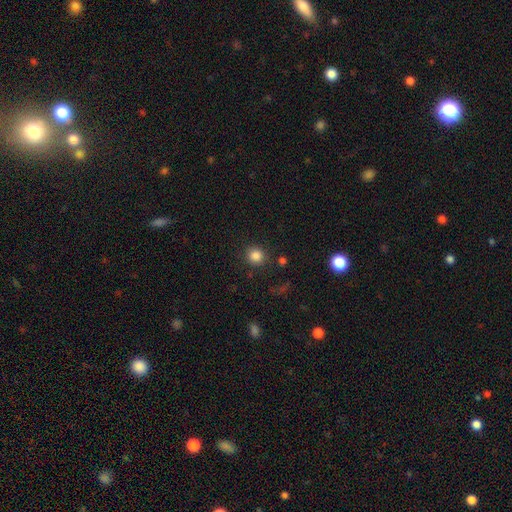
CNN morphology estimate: Smooth or featured?
  - smooth: 85% *
  - star or artifact: 11%
  - featured or disk: 4%
How rounded?
  - round: 89% *
  - in between: 10%
  - cigar-shaped: 1%
Merging?
  - none: 85% *
  - minor disturbance: 8%
  - major disturbance: 4%
  - merger: 3%